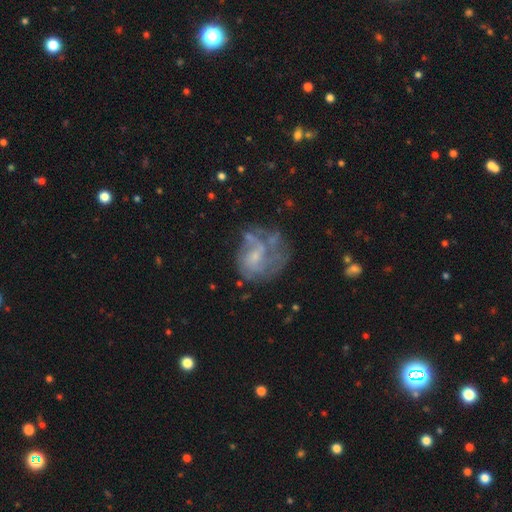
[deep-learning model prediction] Overall: featured or disk (68%). Edge-on disk: no (98%). Bar: no (64%; weak 32%). Spiral arms: yes (67%; no 33%). Bulge size: small (57%; moderate 21%). Merging: none (44%; major disturbance 29%).